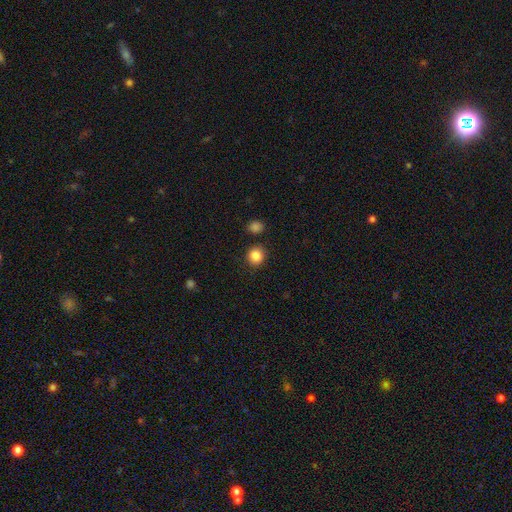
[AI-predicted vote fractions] Smooth or featured: smooth — 85% (star or artifact — 10%)
How rounded: round — 92% (in between — 7%)
Merging: none — 89% (minor disturbance — 6%)